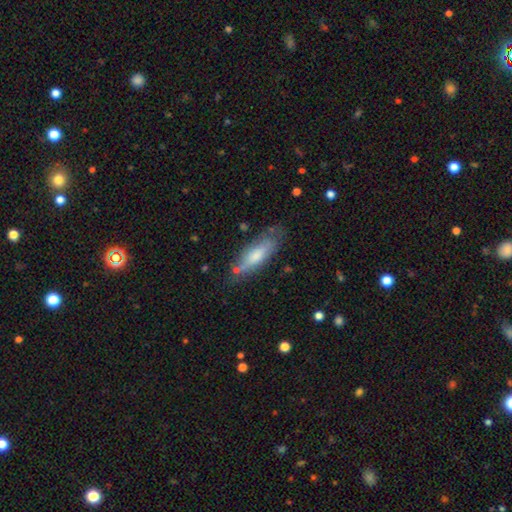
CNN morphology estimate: A smooth galaxy with no disk features (67%) that is in between round and cigar-shaped (54%). Merging: none (66%).